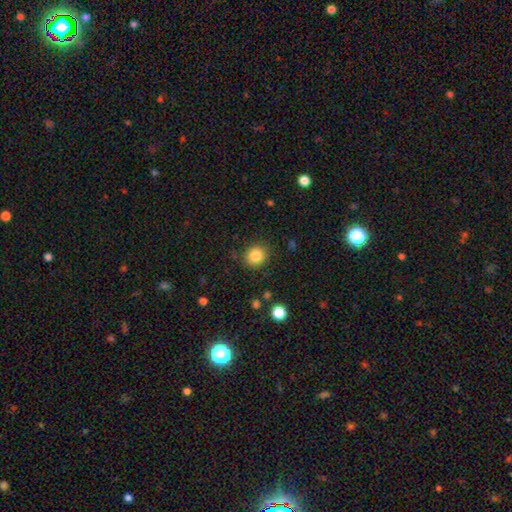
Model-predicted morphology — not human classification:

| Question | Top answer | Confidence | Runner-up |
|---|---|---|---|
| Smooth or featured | smooth | 84% | star or artifact (10%) |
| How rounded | round | 86% | in between (13%) |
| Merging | none | 87% | minor disturbance (8%) |